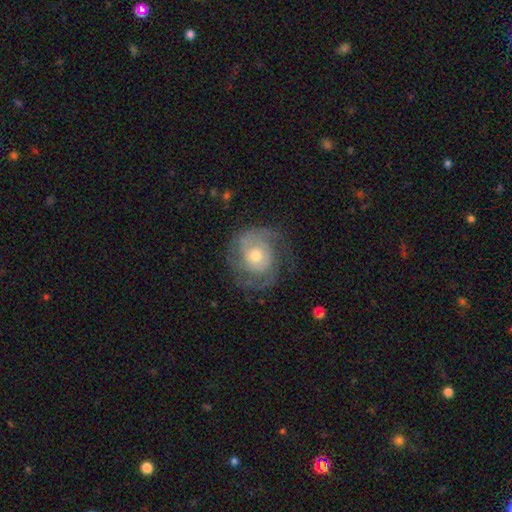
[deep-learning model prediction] featured or disk 75%, smooth 19%, star or artifact 6%. Down the decision tree: edge-on disk — no (97%); bar — no (76%); spiral arms — yes (90%); spiral arm count — 2 (46%); spiral winding — tight (51%); bulge size — moderate (62%); merging — none (67%).